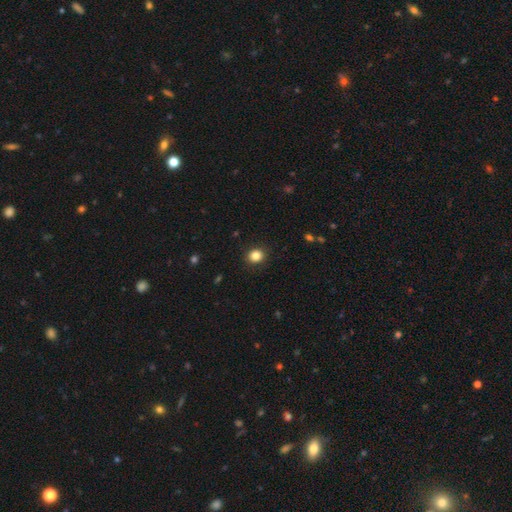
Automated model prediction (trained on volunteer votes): smooth-or-featured: smooth: 84% | star or artifact: 11% | featured or disk: 5%
  how-rounded: round: 72% | in between: 27% | cigar-shaped: 1%
  merging: none: 90% | minor disturbance: 7% | major disturbance: 2% | merger: 1%